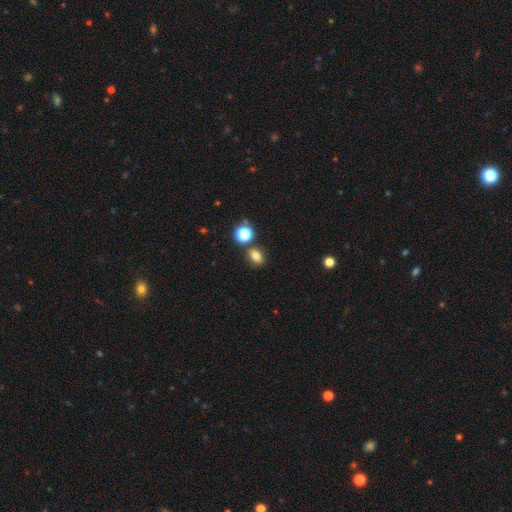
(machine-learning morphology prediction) smooth-or-featured: smooth: 77% | star or artifact: 15% | featured or disk: 8%
  how-rounded: in between: 65% | round: 33% | cigar-shaped: 2%
  merging: none: 76% | merger: 10% | minor disturbance: 10% | major disturbance: 3%